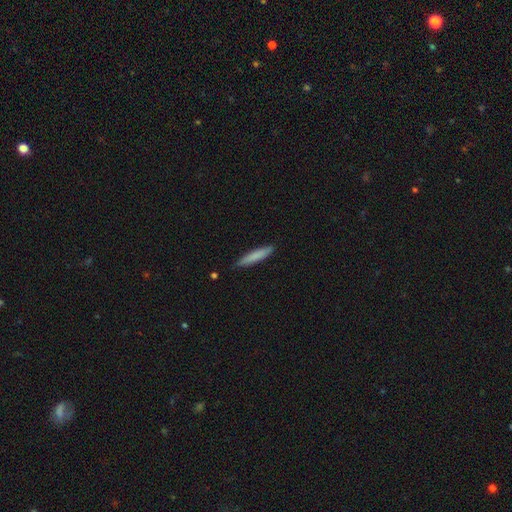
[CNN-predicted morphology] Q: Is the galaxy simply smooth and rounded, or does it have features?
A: smooth — 79%.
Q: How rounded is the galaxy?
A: cigar-shaped — 92%.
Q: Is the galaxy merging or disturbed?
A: none — 87%.